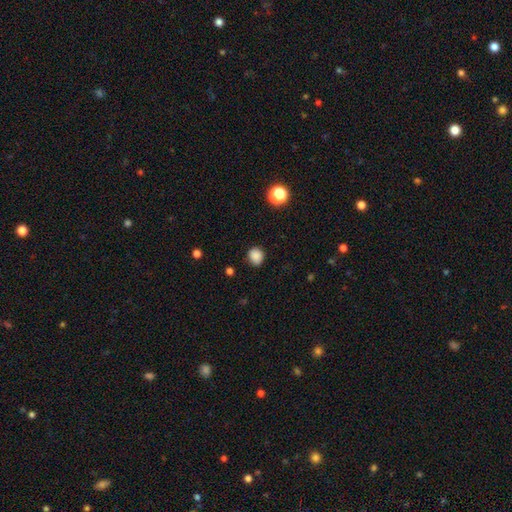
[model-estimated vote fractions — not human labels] The model was most divided on "how rounded": round: 77%, in between: 22%, cigar-shaped: 1%. More confident: smooth or featured — smooth (85%); merging — none (81%).